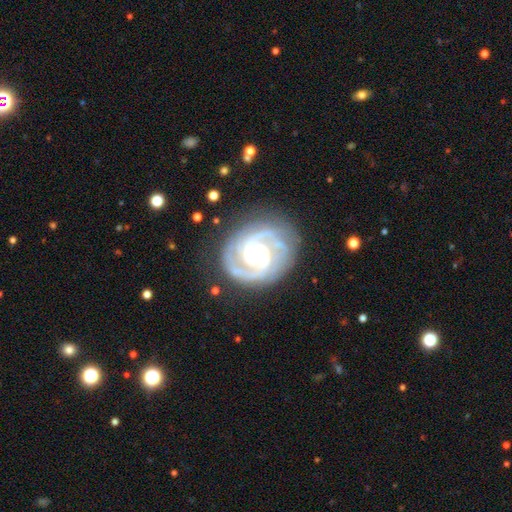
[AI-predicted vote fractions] Smooth or featured: featured or disk — 90% (smooth — 5%)
Edge-on disk: no — 98% (yes — 2%)
Bar: weak — 40% (no — 36%)
Spiral arms: yes — 98% (no — 2%)
Spiral winding: tight — 52% (medium — 40%)
Spiral arm count: 2 — 62% (3 — 18%)
Bulge size: large — 42% (moderate — 41%)
Merging: none — 75% (minor disturbance — 15%)